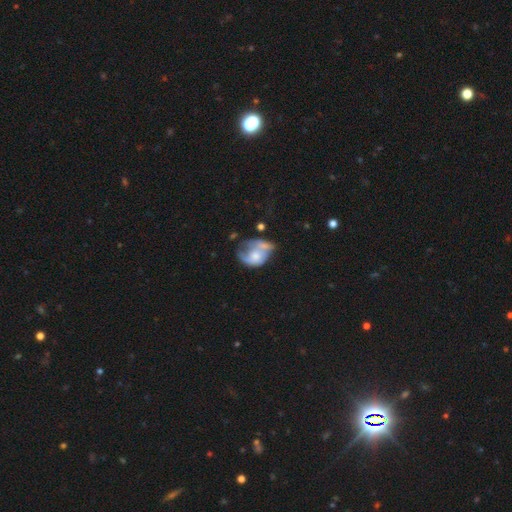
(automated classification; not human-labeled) Smooth or featured? featured or disk (51%)
Edge-on disk? no (97%)
Merging? major disturbance (36%)